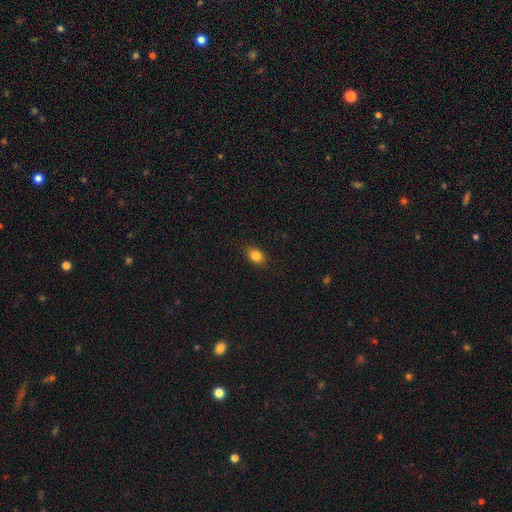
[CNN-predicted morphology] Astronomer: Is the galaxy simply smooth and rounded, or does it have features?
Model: smooth — 85%.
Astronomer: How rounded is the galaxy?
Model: in between — 69%.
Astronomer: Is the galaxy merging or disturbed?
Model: none — 85%.